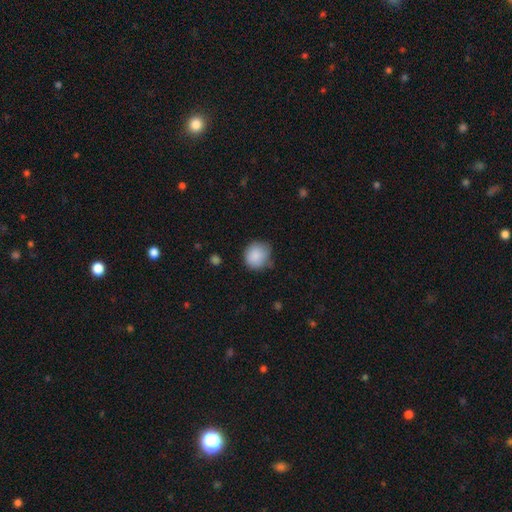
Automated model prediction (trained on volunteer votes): The model was most divided on "merging": none: 65%, minor disturbance: 27%, major disturbance: 5%, merger: 2%. More confident: smooth or featured — smooth (87%); how rounded — round (81%).